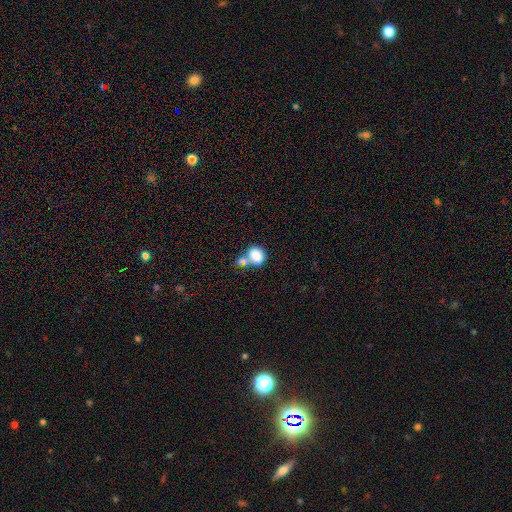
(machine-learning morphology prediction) type=smooth (84%); roundness=round (52%); merging=merger (47%).